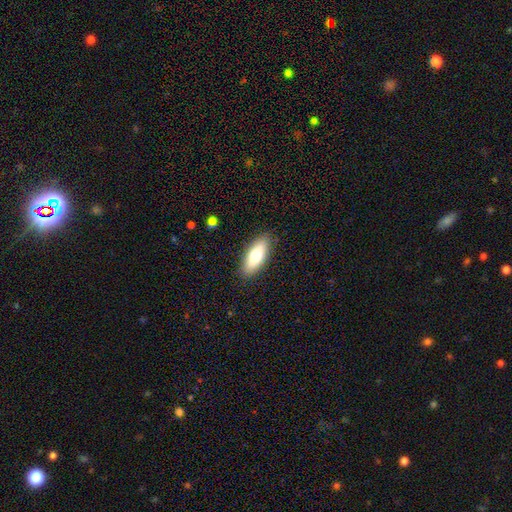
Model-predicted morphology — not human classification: Overall: smooth (71%). How rounded: in between (72%). Merging: none (88%).